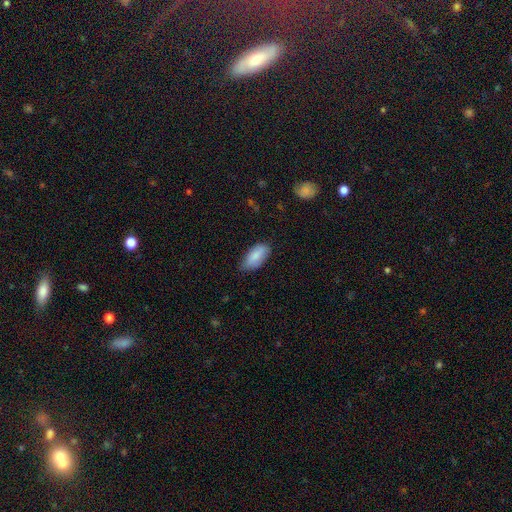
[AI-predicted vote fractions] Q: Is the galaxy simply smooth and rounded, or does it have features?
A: smooth — 85%.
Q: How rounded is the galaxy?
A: in between — 90%.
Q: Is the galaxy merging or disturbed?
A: none — 70%.